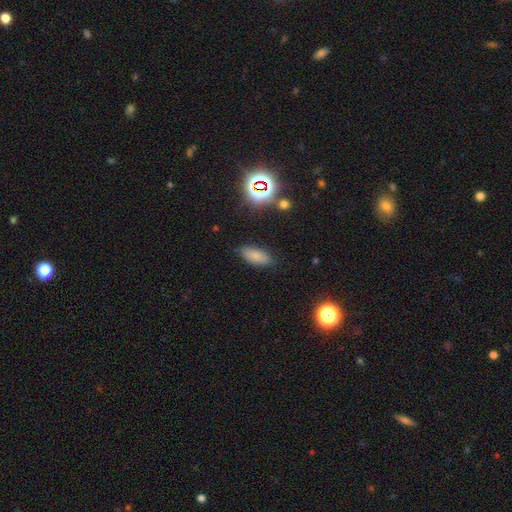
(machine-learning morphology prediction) Smooth or featured?
  - smooth: 77% *
  - star or artifact: 13%
  - featured or disk: 9%
How rounded?
  - in between: 84% *
  - cigar-shaped: 13%
  - round: 3%
Merging?
  - none: 83% *
  - minor disturbance: 12%
  - major disturbance: 3%
  - merger: 2%